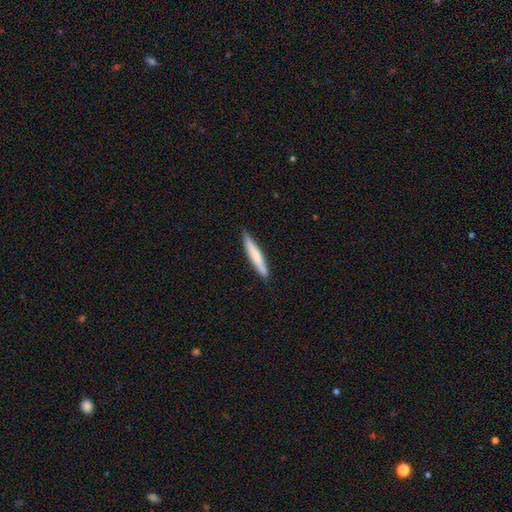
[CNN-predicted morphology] Smooth or featured: smooth — 66% (featured or disk — 29%)
How rounded: cigar-shaped — 94% (in between — 5%)
Merging: none — 87% (minor disturbance — 11%)